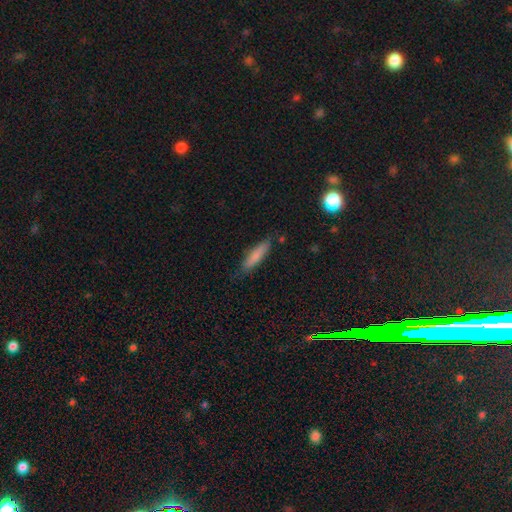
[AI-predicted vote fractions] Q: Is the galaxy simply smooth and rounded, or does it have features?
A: smooth — 79%.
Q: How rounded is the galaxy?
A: cigar-shaped — 80%.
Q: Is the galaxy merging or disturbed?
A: none — 81%.